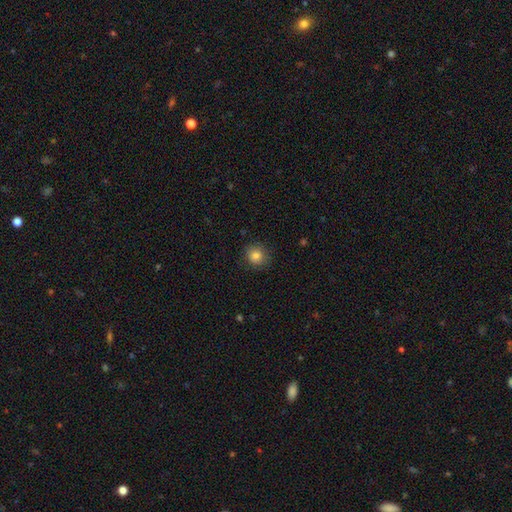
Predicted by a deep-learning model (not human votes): Q: Smooth or featured?
A: smooth (83%); runner-up: star or artifact (11%)
Q: How rounded?
A: round (85%); runner-up: in between (14%)
Q: Merging?
A: none (86%); runner-up: minor disturbance (11%)